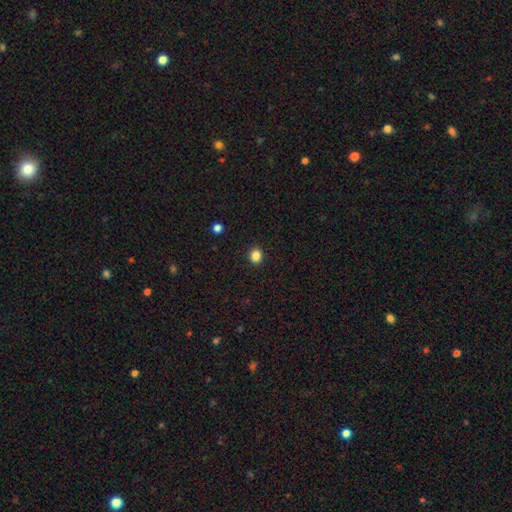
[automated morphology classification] Smooth or featured? Predicted: smooth (p=0.85). How rounded? Predicted: round (p=0.70). Merging? Predicted: none (p=0.92).